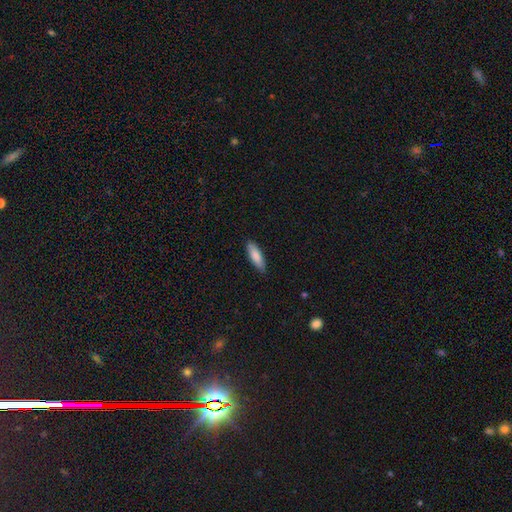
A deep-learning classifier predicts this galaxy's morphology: smooth_or_featured: smooth (p=0.85) [alt: featured or disk p=0.10]
how_rounded: cigar-shaped (p=0.51) [alt: in between p=0.47]
merging: none (p=0.86) [alt: minor disturbance p=0.11]